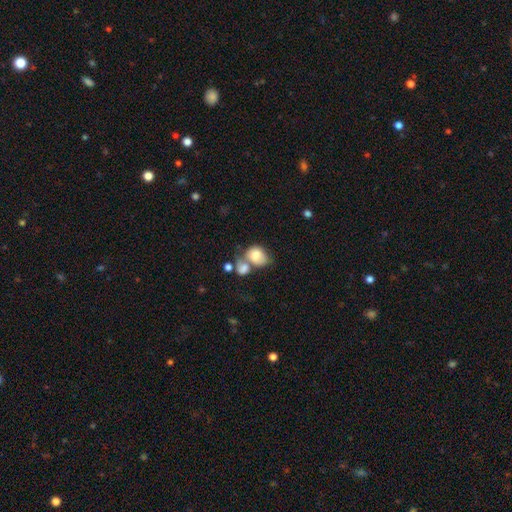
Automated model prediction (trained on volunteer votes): Smooth or featured? Predicted: smooth (p=0.76). How rounded? Predicted: in between (p=0.52). Merging? Predicted: merger (p=0.54).